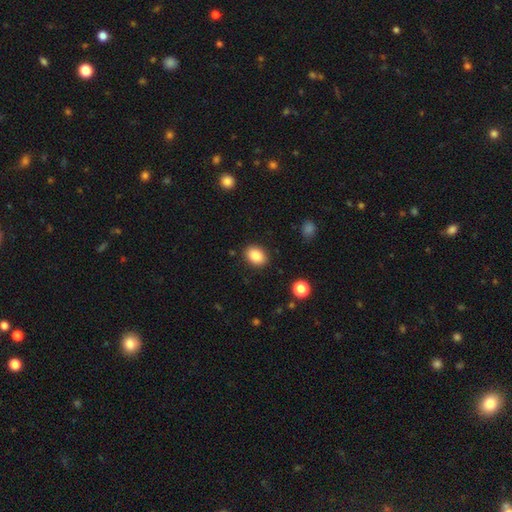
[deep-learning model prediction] Smooth or featured? smooth (87%)
How rounded? in between (72%)
Merging? none (88%)